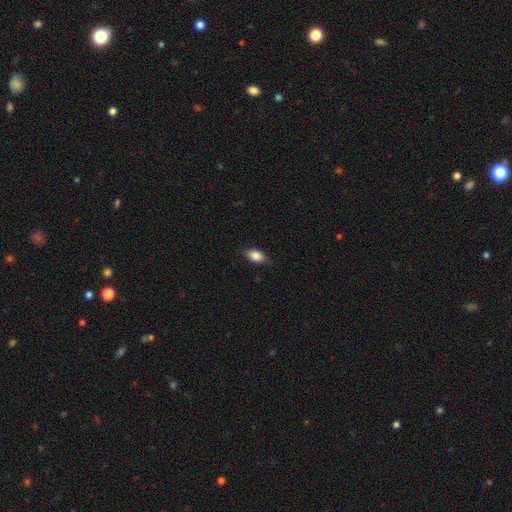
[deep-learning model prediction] This appears to be a smooth galaxy with no disk features (83%) that is in between round and cigar-shaped (86%). Merging: none (80%).